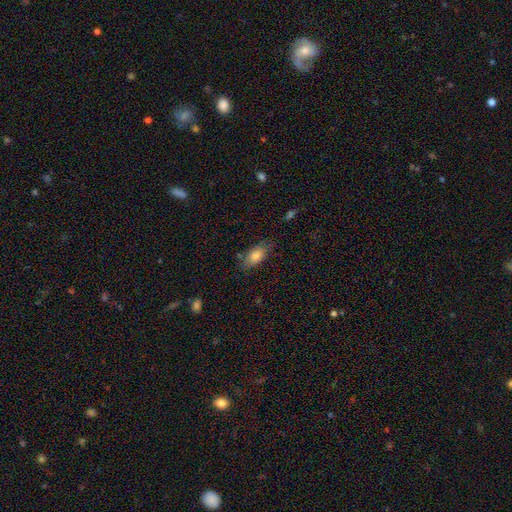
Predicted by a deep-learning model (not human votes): Smooth or featured?
  - smooth: 79% *
  - featured or disk: 13%
  - star or artifact: 8%
How rounded?
  - in between: 87% *
  - cigar-shaped: 9%
  - round: 4%
Merging?
  - none: 75% *
  - minor disturbance: 18%
  - major disturbance: 5%
  - merger: 3%